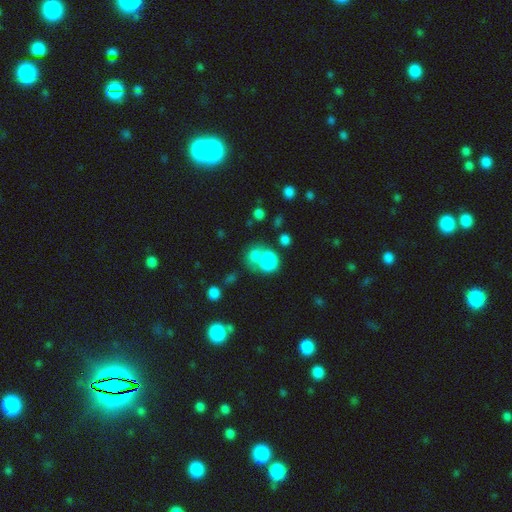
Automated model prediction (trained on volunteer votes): Smooth or featured?
  - smooth: 76% *
  - star or artifact: 13%
  - featured or disk: 11%
How rounded?
  - round: 66% *
  - in between: 33%
  - cigar-shaped: 1%
Merging?
  - merger: 48% *
  - none: 37%
  - minor disturbance: 9%
  - major disturbance: 6%